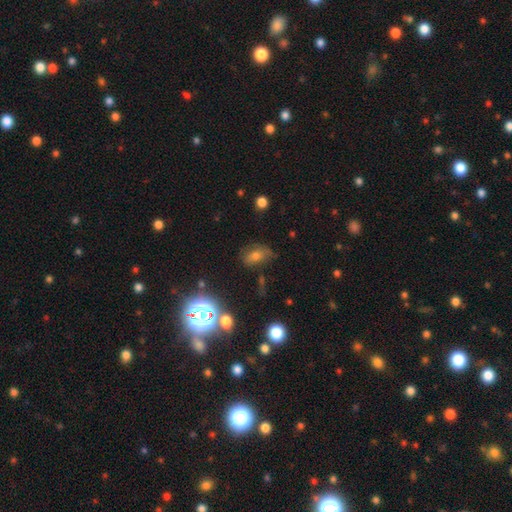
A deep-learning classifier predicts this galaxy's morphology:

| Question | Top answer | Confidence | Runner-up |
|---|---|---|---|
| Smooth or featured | smooth | 55% | star or artifact (23%) |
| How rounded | in between | 80% | round (17%) |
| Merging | none | 64% | minor disturbance (23%) |